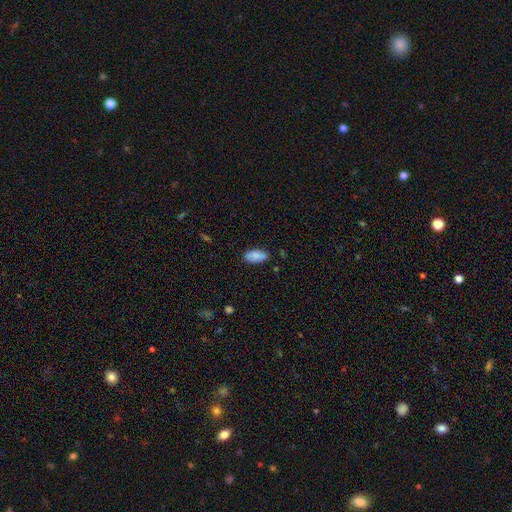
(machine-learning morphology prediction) Smooth or featured: smooth — 85% (featured or disk — 8%)
How rounded: in between — 90% (cigar-shaped — 7%)
Merging: none — 79% (minor disturbance — 16%)